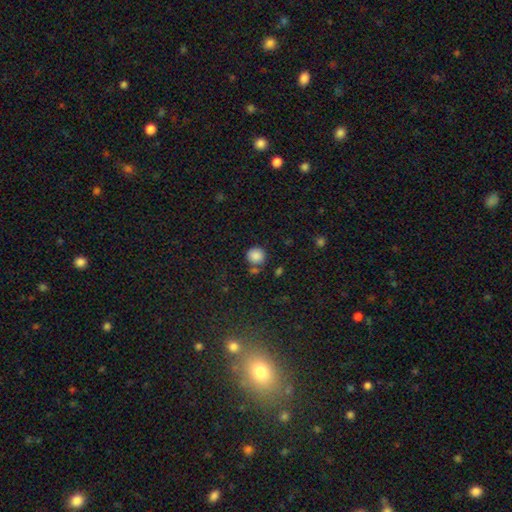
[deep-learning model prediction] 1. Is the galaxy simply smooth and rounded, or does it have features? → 86% smooth, 10% star or artifact, 4% featured or disk.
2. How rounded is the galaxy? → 91% round, 8% in between, 1% cigar-shaped.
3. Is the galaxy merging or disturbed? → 71% none, 13% minor disturbance, 12% merger, 4% major disturbance.